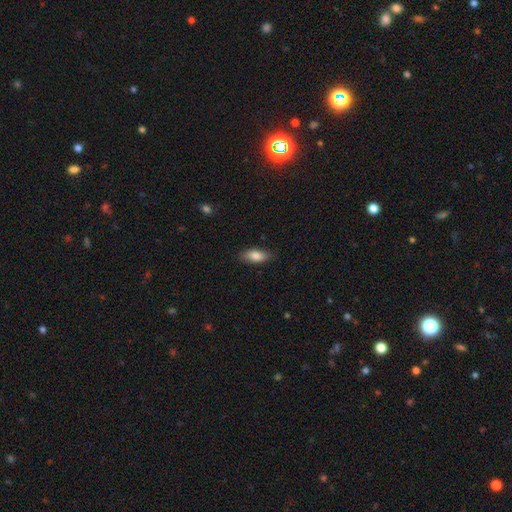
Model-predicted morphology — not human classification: A smooth galaxy with no disk features (82%) that is in between round and cigar-shaped (79%). Merging: none (84%).